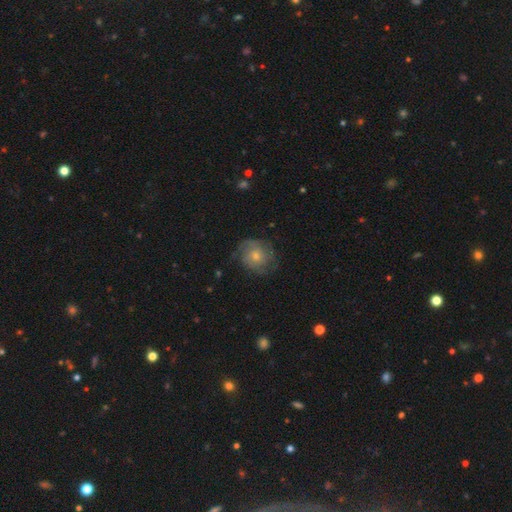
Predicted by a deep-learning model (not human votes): Smooth or featured: featured or disk — 63% (smooth — 27%)
Edge-on disk: no — 97% (yes — 3%)
Bar: no — 80% (weak — 17%)
Spiral arms: yes — 90% (no — 10%)
Spiral winding: tight — 58% (medium — 32%)
Spiral arm count: can't tell — 36% (2 — 30%)
Bulge size: moderate — 50% (small — 43%)
Merging: none — 76% (minor disturbance — 16%)